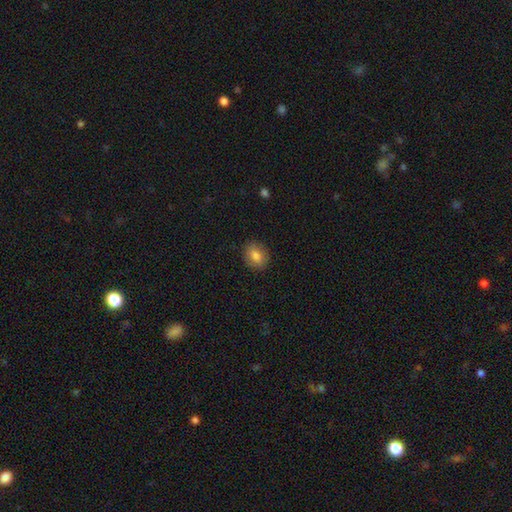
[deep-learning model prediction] Smooth or featured?
  - smooth: 80% *
  - featured or disk: 11%
  - star or artifact: 9%
How rounded?
  - round: 55% *
  - in between: 44%
  - cigar-shaped: 1%
Merging?
  - none: 87% *
  - minor disturbance: 10%
  - major disturbance: 2%
  - merger: 1%